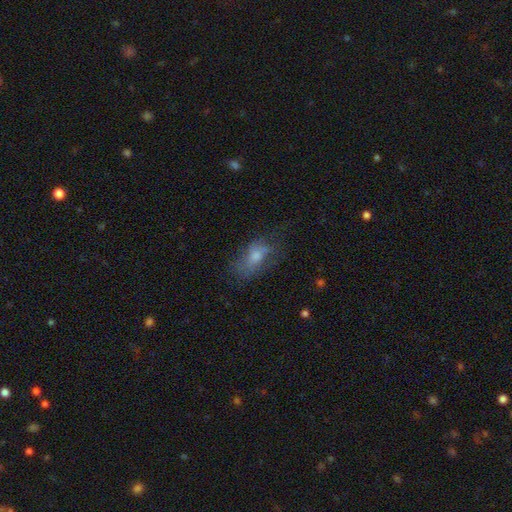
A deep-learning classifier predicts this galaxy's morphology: smooth 56%, featured or disk 31%, star or artifact 12%. Down the decision tree: how rounded — in between (85%); merging — none (52%).